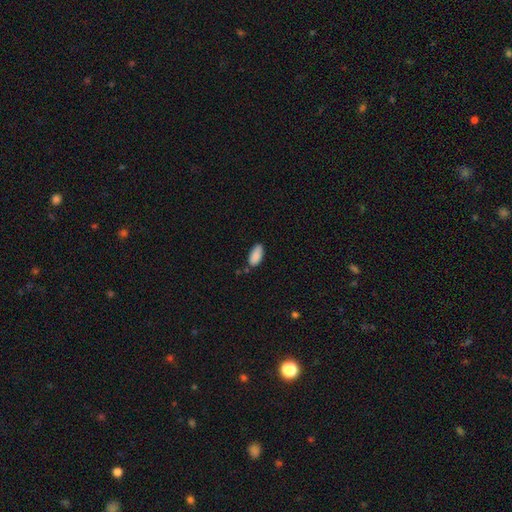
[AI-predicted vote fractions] smooth-or-featured: smooth: 89% | star or artifact: 7% | featured or disk: 4%
  how-rounded: in between: 91% | cigar-shaped: 7% | round: 2%
  merging: none: 73% | minor disturbance: 19% | merger: 5% | major disturbance: 3%